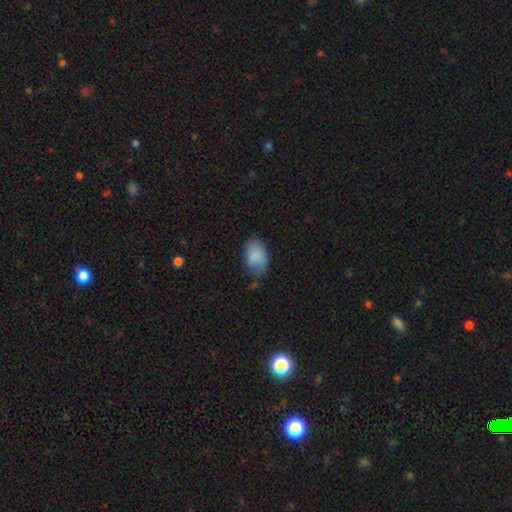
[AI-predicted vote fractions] Smooth or featured? smooth (84%)
How rounded? in between (89%)
Merging? none (60%)